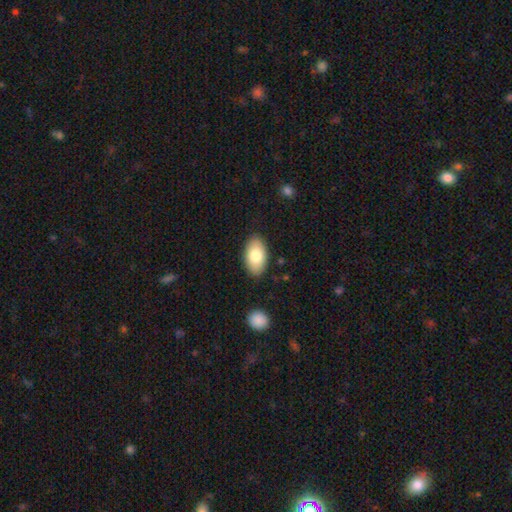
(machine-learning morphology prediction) Smooth or featured? smooth (80%)
How rounded? in between (94%)
Merging? none (85%)